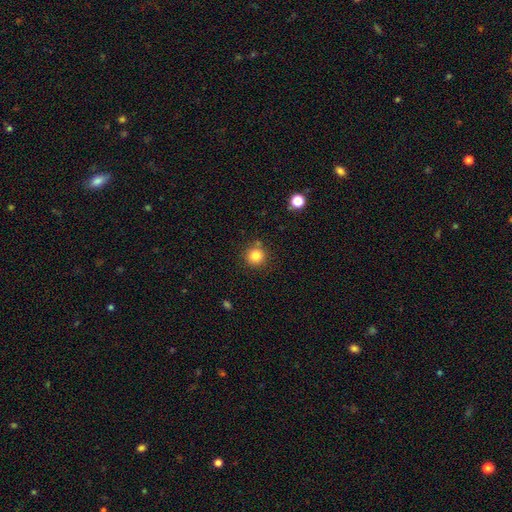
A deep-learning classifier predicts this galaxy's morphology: A smooth galaxy with no disk features (83%) that is round (93%). Merging: none (83%).